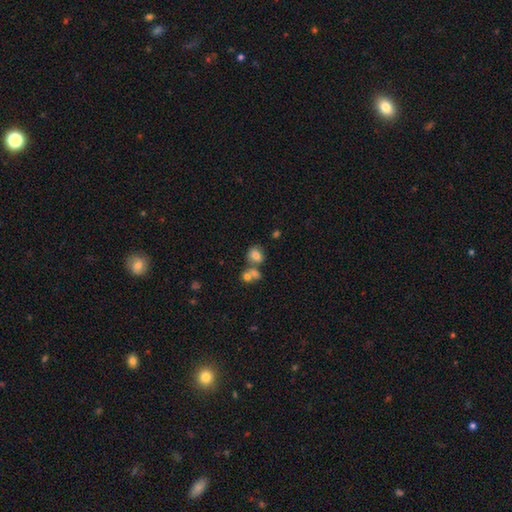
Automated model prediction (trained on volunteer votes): The model was most divided on "how rounded": in between: 52%, round: 46%, cigar-shaped: 1%. Remaining: smooth or featured — smooth (77%); merging — none (46%).